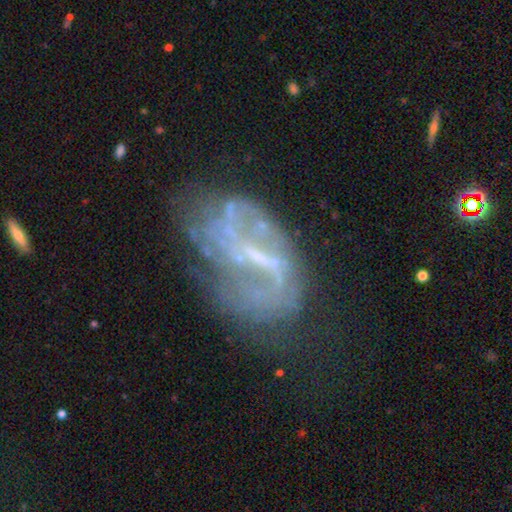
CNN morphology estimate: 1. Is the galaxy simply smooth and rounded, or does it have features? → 74% featured or disk, 15% smooth, 12% star or artifact.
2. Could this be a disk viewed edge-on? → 96% no, 4% yes.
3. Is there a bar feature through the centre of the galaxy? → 43% weak, 31% no, 26% strong.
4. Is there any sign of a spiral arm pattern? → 53% yes, 47% no.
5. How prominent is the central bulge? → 47% small, 36% none, 15% moderate, 1% large, 1% dominant.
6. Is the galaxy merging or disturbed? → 40% none, 30% major disturbance, 23% minor disturbance, 7% merger.